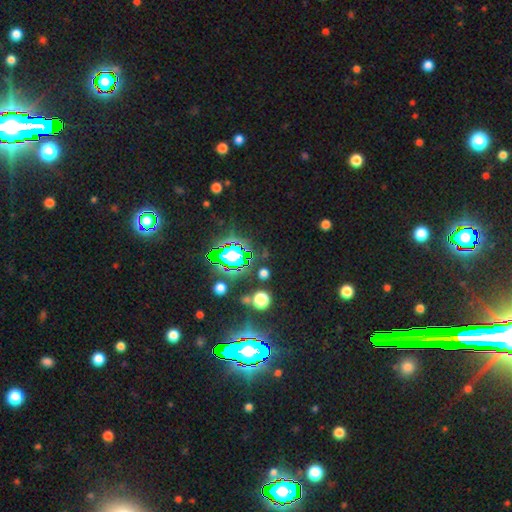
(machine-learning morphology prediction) This is clearly a star or artifact rather than a galaxy (84%).